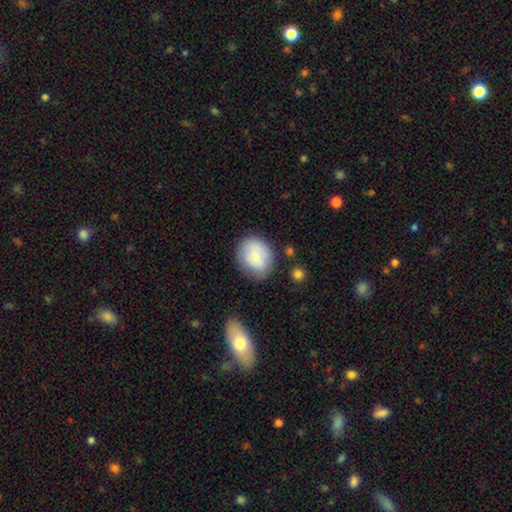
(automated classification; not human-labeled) Q: Smooth or featured?
A: smooth (70%); runner-up: featured or disk (23%)
Q: How rounded?
A: round (65%); runner-up: in between (34%)
Q: Merging?
A: none (72%); runner-up: minor disturbance (18%)